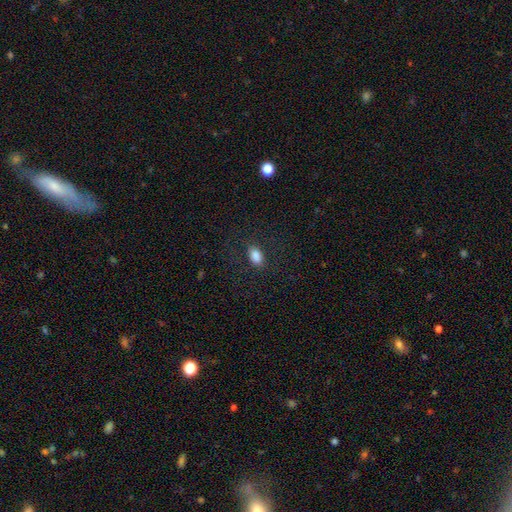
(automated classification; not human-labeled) Q: Smooth or featured?
A: smooth (85%); runner-up: star or artifact (9%)
Q: How rounded?
A: in between (88%); runner-up: round (9%)
Q: Merging?
A: none (82%); runner-up: minor disturbance (11%)